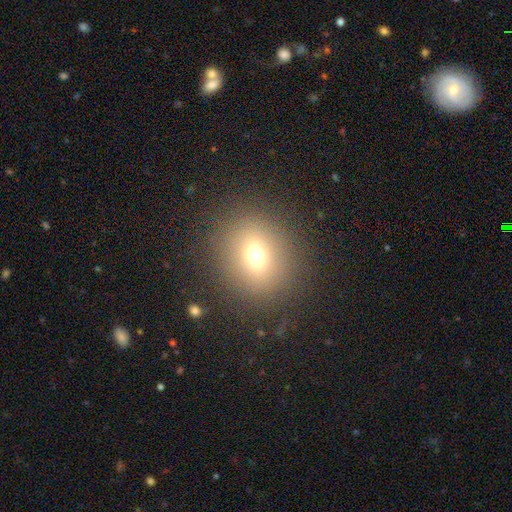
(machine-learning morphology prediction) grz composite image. It shows a smooth galaxy with no disk features (69%) that is round (76%). Merging: none (85%).